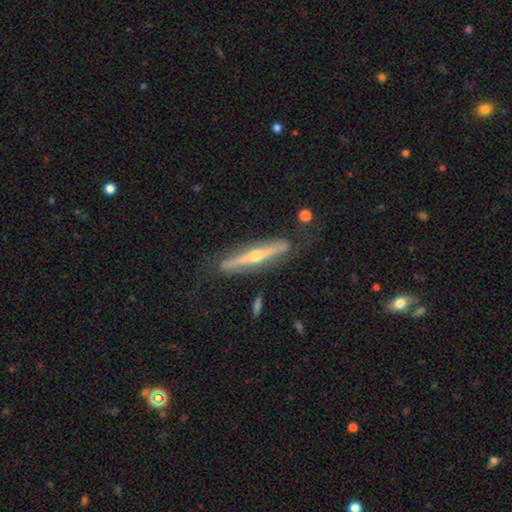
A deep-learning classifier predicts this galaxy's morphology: Overall: featured or disk (78%). Edge-on disk: yes (86%). Edge-on bulge: rounded (90%). Merging: none (77%).